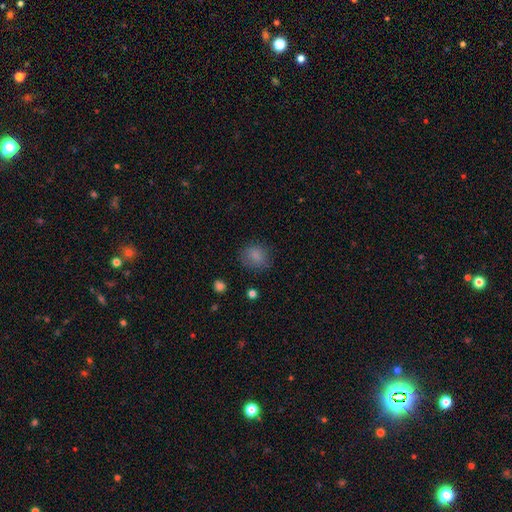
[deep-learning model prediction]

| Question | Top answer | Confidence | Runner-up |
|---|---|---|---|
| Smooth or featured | smooth | 82% | star or artifact (11%) |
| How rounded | round | 66% | in between (33%) |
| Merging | none | 75% | minor disturbance (17%) |